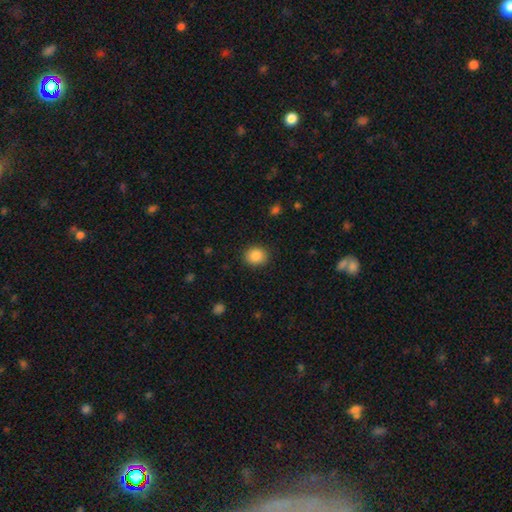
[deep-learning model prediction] Overall: smooth (87%). How rounded: round (73%). Merging: none (89%).